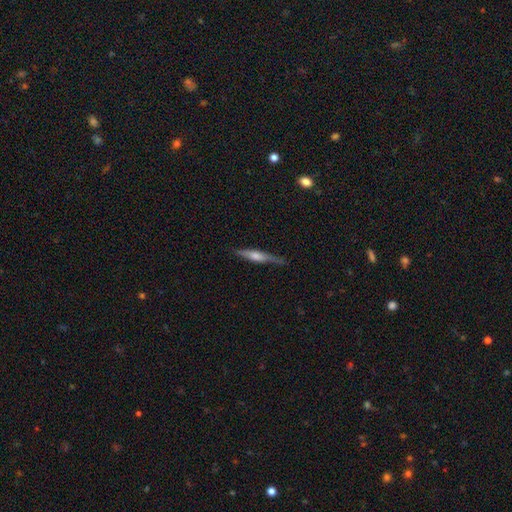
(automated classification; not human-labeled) Smooth or featured? Predicted: featured or disk (p=0.67). Edge-on disk? Predicted: yes (p=0.97). Edge-on bulge? Predicted: rounded (p=0.75). Merging? Predicted: none (p=0.83).